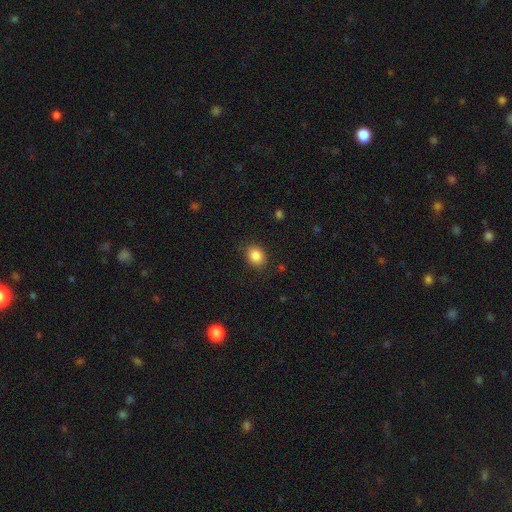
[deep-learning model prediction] smooth 86%, star or artifact 9%, featured or disk 4%. Down the decision tree: how rounded — round (54%); merging — none (83%).